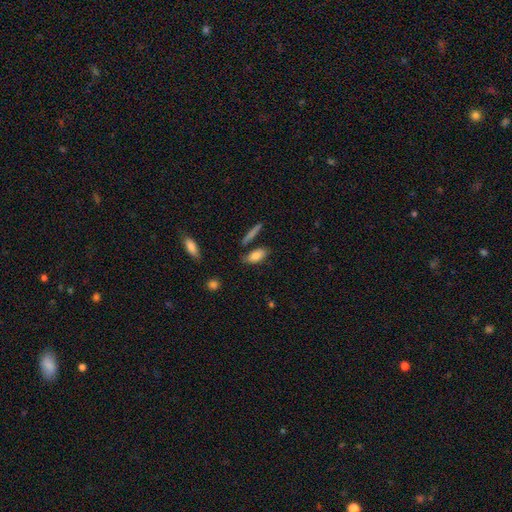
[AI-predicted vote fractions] Smooth or featured? Predicted: smooth (p=0.82). How rounded? Predicted: in between (p=0.77). Merging? Predicted: none (p=0.69).